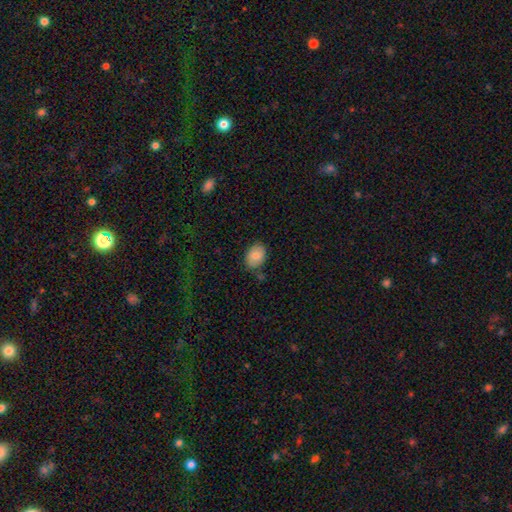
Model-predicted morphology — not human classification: Smooth or featured?
  - smooth: 82% *
  - featured or disk: 11%
  - star or artifact: 7%
How rounded?
  - in between: 78% *
  - round: 21%
  - cigar-shaped: 1%
Merging?
  - none: 77% *
  - minor disturbance: 16%
  - merger: 4%
  - major disturbance: 3%